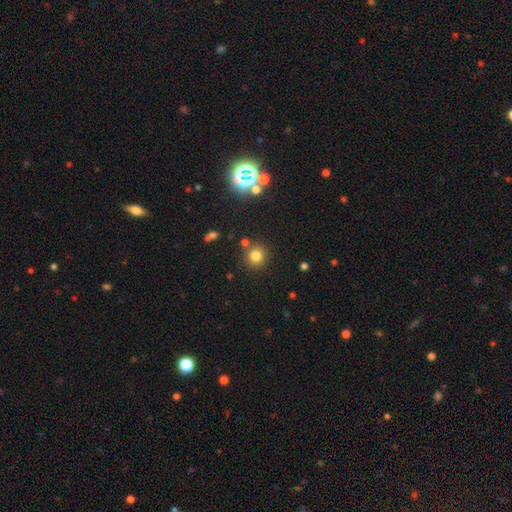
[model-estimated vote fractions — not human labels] The model was most divided on "smooth or featured": smooth: 78%, star or artifact: 15%, featured or disk: 6%. More confident: how rounded — round (91%); merging — none (82%).